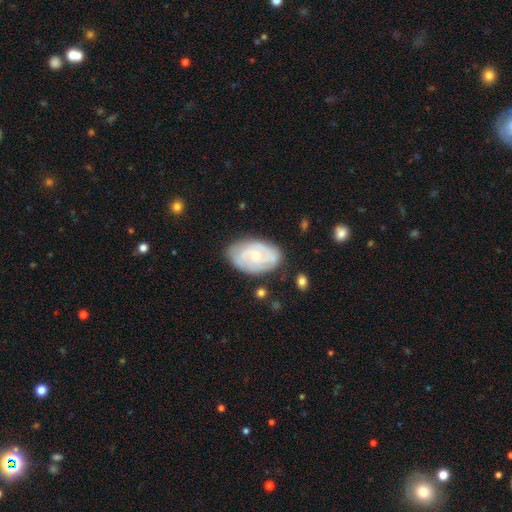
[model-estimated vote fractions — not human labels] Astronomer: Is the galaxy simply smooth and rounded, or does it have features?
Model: featured or disk — 69%.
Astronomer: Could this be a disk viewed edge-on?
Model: no — 96%.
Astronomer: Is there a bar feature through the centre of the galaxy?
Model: no — 71%.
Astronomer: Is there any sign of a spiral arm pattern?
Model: yes — 78%.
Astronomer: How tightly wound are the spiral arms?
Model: tight — 60%.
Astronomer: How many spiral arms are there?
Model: can't tell — 42% (runner-up: 2, 37%).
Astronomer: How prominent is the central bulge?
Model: small — 57% (runner-up: moderate, 39%).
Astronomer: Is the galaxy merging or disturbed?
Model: none — 72%.